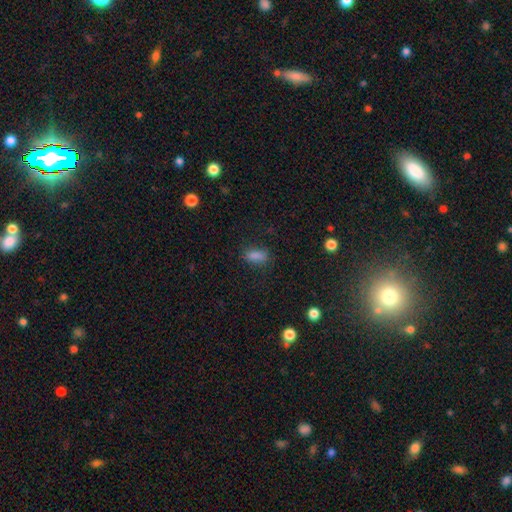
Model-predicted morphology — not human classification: Smooth or featured?
  - smooth: 81% *
  - star or artifact: 13%
  - featured or disk: 5%
How rounded?
  - in between: 81% *
  - cigar-shaped: 12%
  - round: 7%
Merging?
  - none: 80% *
  - minor disturbance: 14%
  - major disturbance: 4%
  - merger: 2%